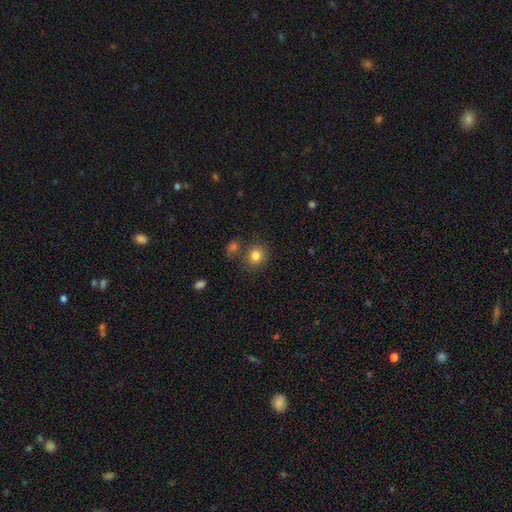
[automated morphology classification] smooth_or_featured: smooth (p=0.82) [alt: star or artifact p=0.11]
how_rounded: round (p=0.79) [alt: in between p=0.20]
merging: none (p=0.76) [alt: merger p=0.10]